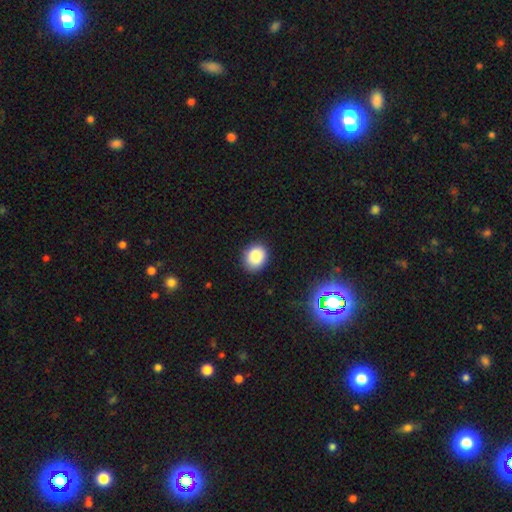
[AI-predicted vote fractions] Q: Smooth or featured?
A: smooth (86%); runner-up: star or artifact (9%)
Q: How rounded?
A: round (63%); runner-up: in between (36%)
Q: Merging?
A: none (86%); runner-up: minor disturbance (11%)